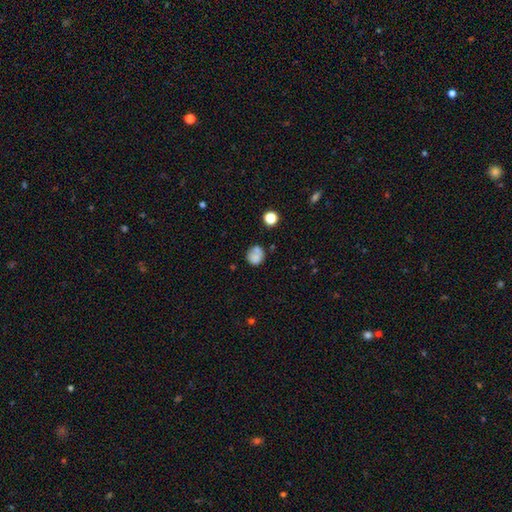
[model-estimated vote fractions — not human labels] A smooth galaxy with no disk features (75%) that is round (79%).

Vote fractions:
- Smooth or featured? smooth: 75% / featured or disk: 14% / star or artifact: 11%
- How rounded? round: 79% / in between: 20% / cigar-shaped: 1%
- Merging? none: 52% / merger: 22% / minor disturbance: 18% / major disturbance: 8%